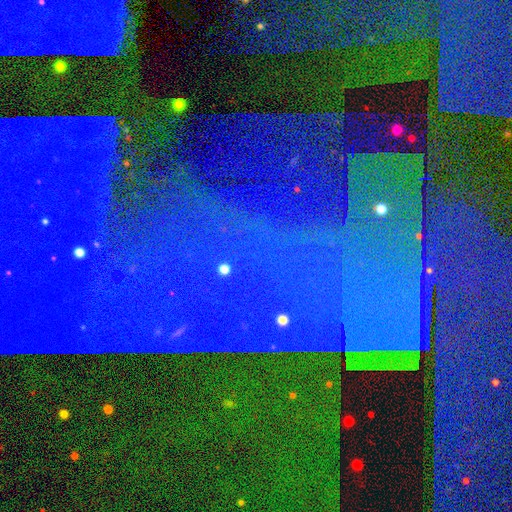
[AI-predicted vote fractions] Smooth or featured? star or artifact (86%)